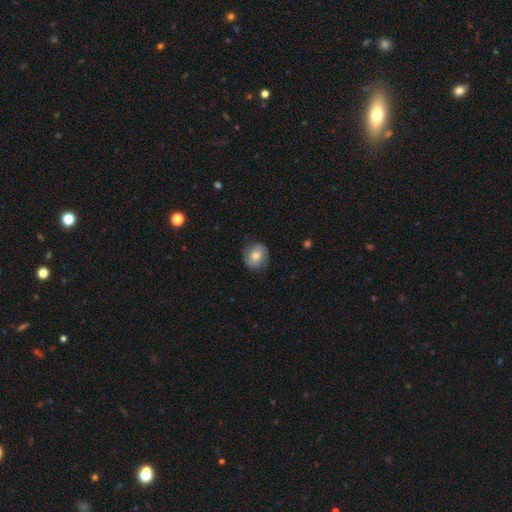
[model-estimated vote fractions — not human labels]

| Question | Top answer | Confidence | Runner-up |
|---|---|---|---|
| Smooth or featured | smooth | 60% | featured or disk (32%) |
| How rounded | round | 80% | in between (19%) |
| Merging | none | 77% | minor disturbance (17%) |